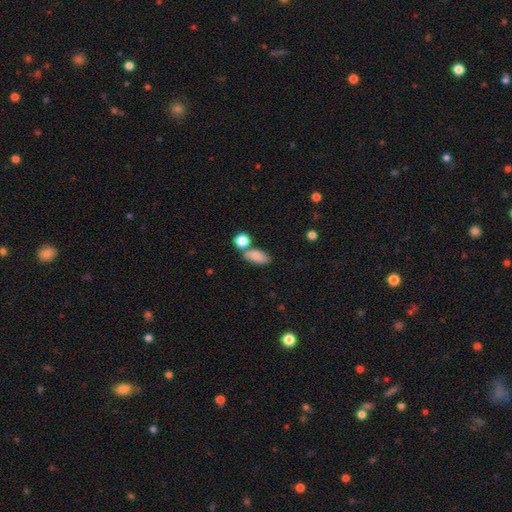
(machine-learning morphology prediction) type=smooth (79%); roundness=in between (82%); merging=none (56%).